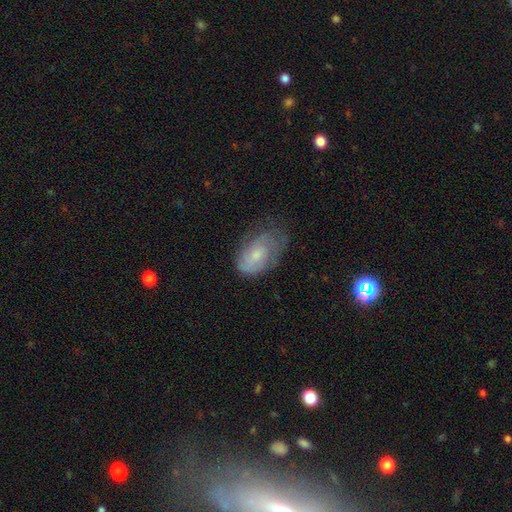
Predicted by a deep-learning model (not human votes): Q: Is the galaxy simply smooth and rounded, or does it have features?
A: featured or disk — 48%.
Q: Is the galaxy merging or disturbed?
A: none — 47%.